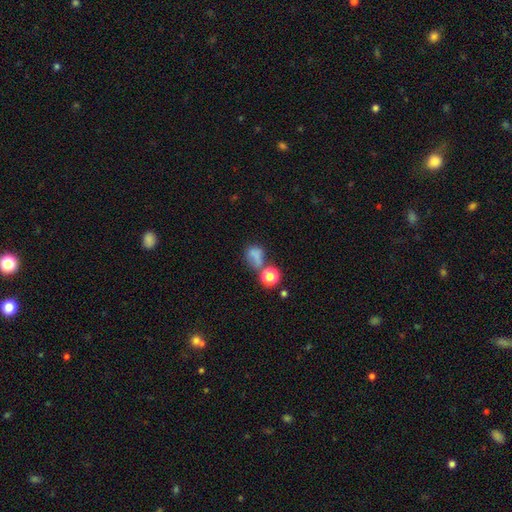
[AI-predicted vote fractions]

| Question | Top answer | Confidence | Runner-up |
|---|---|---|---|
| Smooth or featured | smooth | 67% | star or artifact (18%) |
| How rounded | in between | 53% | round (44%) |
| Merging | none | 32% | merger (30%) |